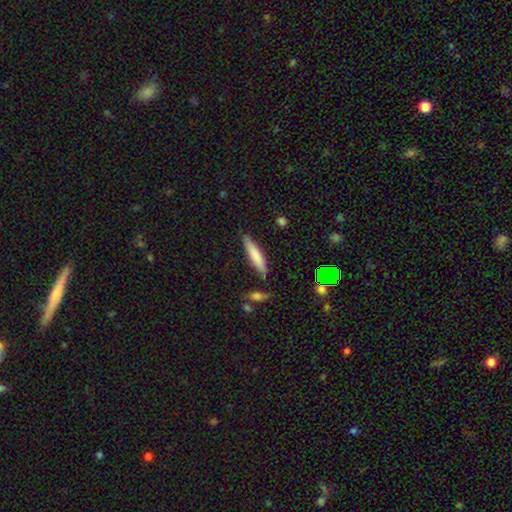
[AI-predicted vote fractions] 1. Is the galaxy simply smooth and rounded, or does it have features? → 77% smooth, 16% featured or disk, 7% star or artifact.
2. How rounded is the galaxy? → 82% cigar-shaped, 16% in between, 1% round.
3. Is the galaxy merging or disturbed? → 81% none, 13% minor disturbance, 3% merger, 3% major disturbance.